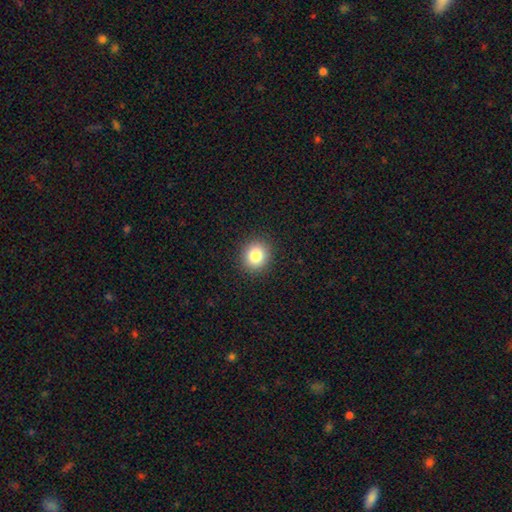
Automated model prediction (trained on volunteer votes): The model was most divided on "smooth or featured": smooth: 83%, star or artifact: 11%, featured or disk: 7%. More confident: merging — none (91%); how rounded — round (86%).